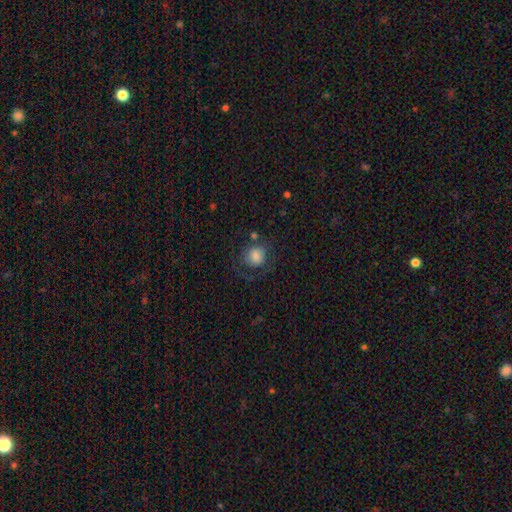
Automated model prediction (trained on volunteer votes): smooth_or_featured: smooth (p=0.74) [alt: featured or disk p=0.16]
how_rounded: round (p=0.80) [alt: in between p=0.19]
merging: none (p=0.59) [alt: minor disturbance p=0.19]